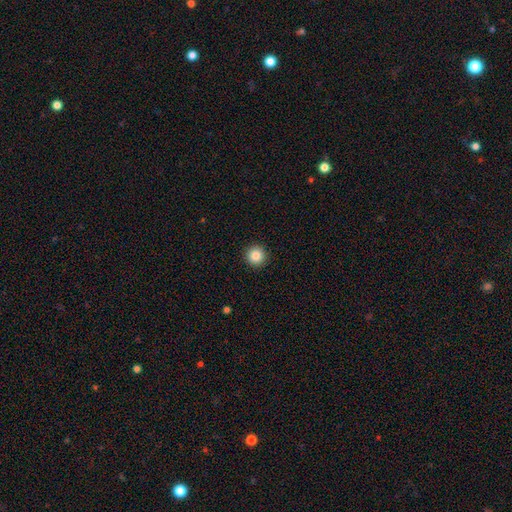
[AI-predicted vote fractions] Smooth or featured?
  - smooth: 87% *
  - star or artifact: 10%
  - featured or disk: 4%
How rounded?
  - round: 96% *
  - in between: 3%
  - cigar-shaped: 1%
Merging?
  - none: 93% *
  - minor disturbance: 5%
  - major disturbance: 2%
  - merger: 1%